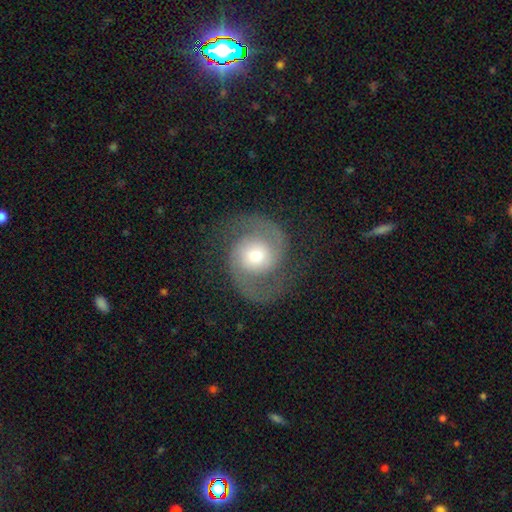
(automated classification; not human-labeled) Smooth or featured: featured or disk — 88% (smooth — 7%)
Edge-on disk: no — 98% (yes — 2%)
Bar: no — 65% (weak — 27%)
Spiral arms: yes — 98% (no — 2%)
Spiral winding: medium — 57% (tight — 25%)
Spiral arm count: 2 — 94% (can't tell — 2%)
Bulge size: moderate — 60% (small — 18%)
Merging: none — 80% (minor disturbance — 12%)